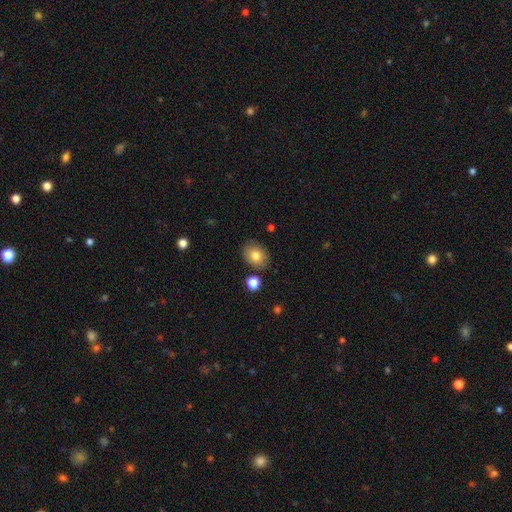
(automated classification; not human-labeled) smooth-or-featured: smooth: 78% | featured or disk: 13% | star or artifact: 9%
  how-rounded: in between: 60% | round: 39% | cigar-shaped: 1%
  merging: none: 84% | minor disturbance: 10% | merger: 4% | major disturbance: 3%